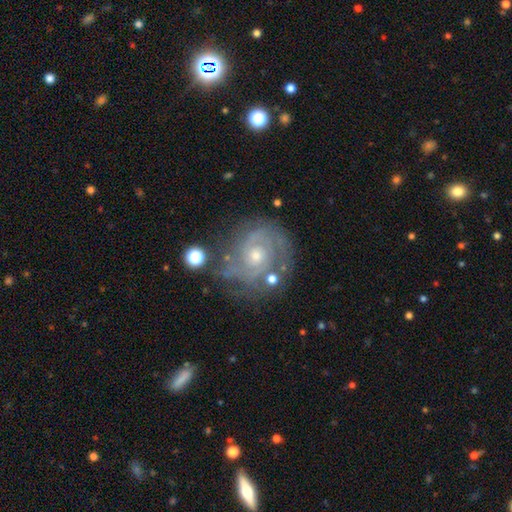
Smooth or featured: featured or disk — 83% (smooth — 11%)
Edge-on disk: no — 100%
Bar: no — 90% (weak — 7%)
Spiral arms: yes — 100%
Spiral winding: tight — 73% (medium — 23%)
Spiral arm count: 2 — 43% (can't tell — 27%)
Bulge size: small — 60% (moderate — 40%)
Merging: none — 71% (minor disturbance — 15%)